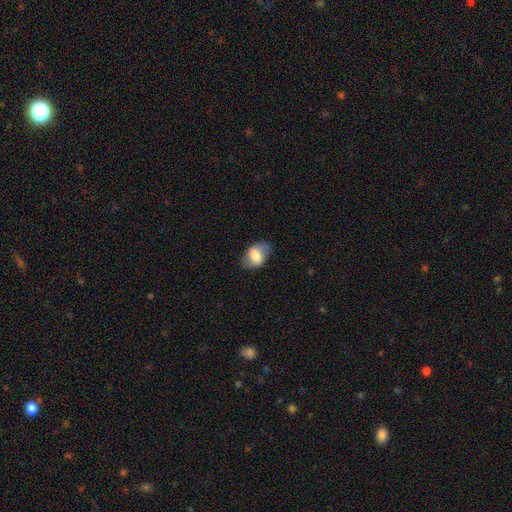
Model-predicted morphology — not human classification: Smooth or featured: smooth — 65% (featured or disk — 28%)
How rounded: in between — 86% (round — 12%)
Merging: none — 76% (minor disturbance — 17%)